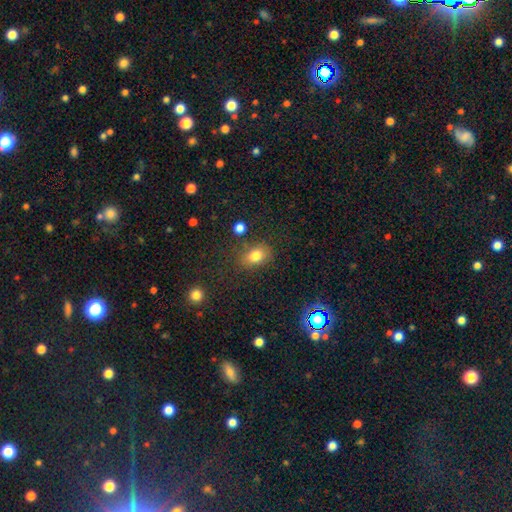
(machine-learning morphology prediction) Smooth or featured? smooth (80%)
How rounded? in between (64%)
Merging? none (72%)